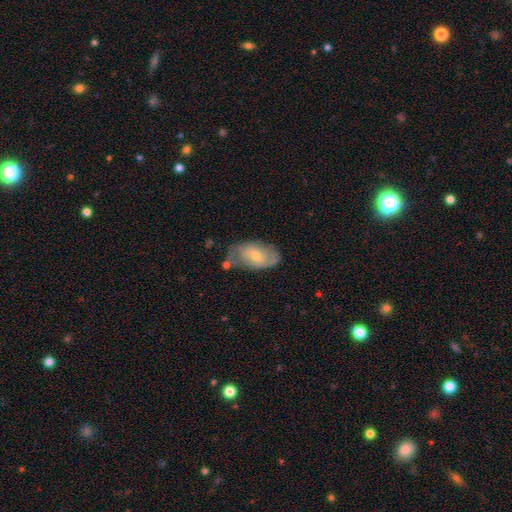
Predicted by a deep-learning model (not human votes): smooth_or_featured: featured or disk (p=0.47) [alt: smooth p=0.45]
merging: none (p=0.61) [alt: minor disturbance p=0.25]